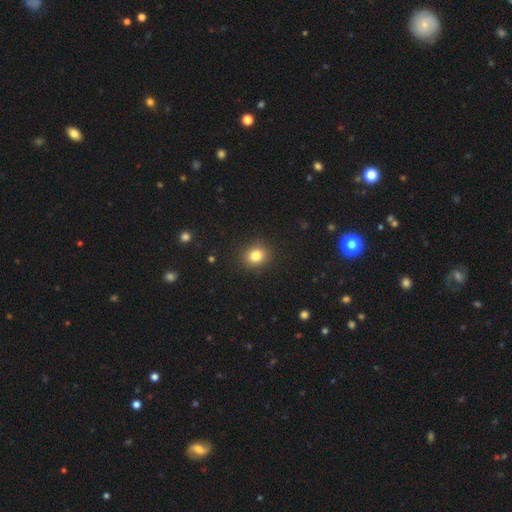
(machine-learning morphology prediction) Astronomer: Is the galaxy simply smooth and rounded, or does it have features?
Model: smooth — 83%.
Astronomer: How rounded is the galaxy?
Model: round — 75%.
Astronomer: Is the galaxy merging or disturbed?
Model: none — 90%.